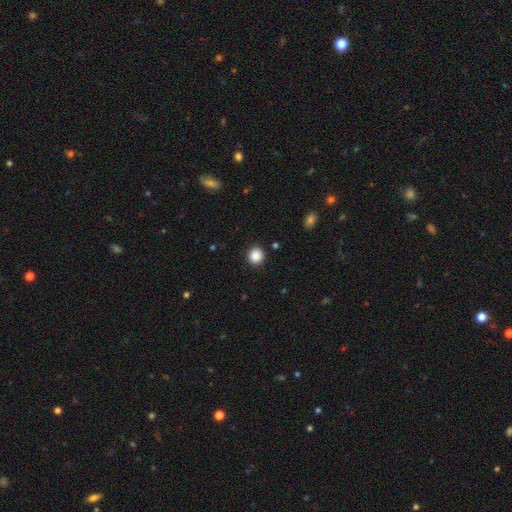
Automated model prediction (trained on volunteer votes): smooth_or_featured: smooth (p=0.87) [alt: star or artifact p=0.10]
how_rounded: round (p=0.94) [alt: in between p=0.05]
merging: none (p=0.91) [alt: minor disturbance p=0.06]